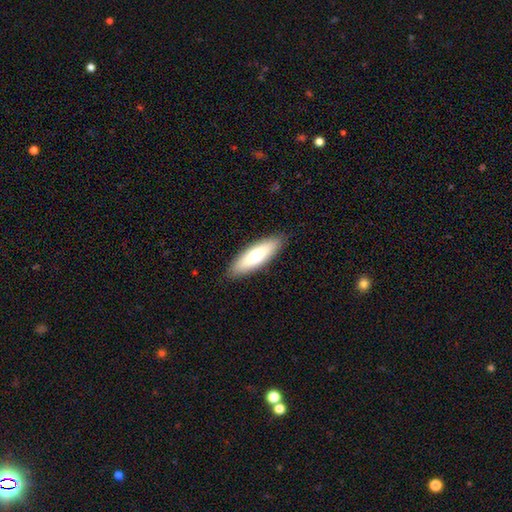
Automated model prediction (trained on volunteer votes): Smooth or featured? Predicted: smooth (p=0.69). How rounded? Predicted: cigar-shaped (p=0.51). Merging? Predicted: none (p=0.88).